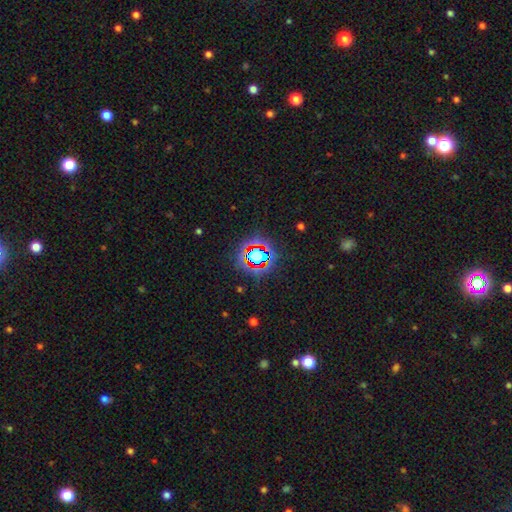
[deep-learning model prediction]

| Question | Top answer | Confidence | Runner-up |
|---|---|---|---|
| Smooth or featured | star or artifact | 68% | smooth (21%) |